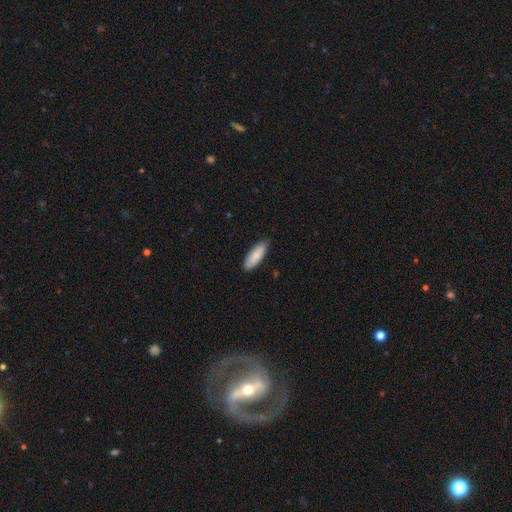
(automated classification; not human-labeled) Smooth or featured: smooth — 87% (featured or disk — 8%)
How rounded: in between — 64% (cigar-shaped — 35%)
Merging: none — 85% (minor disturbance — 12%)